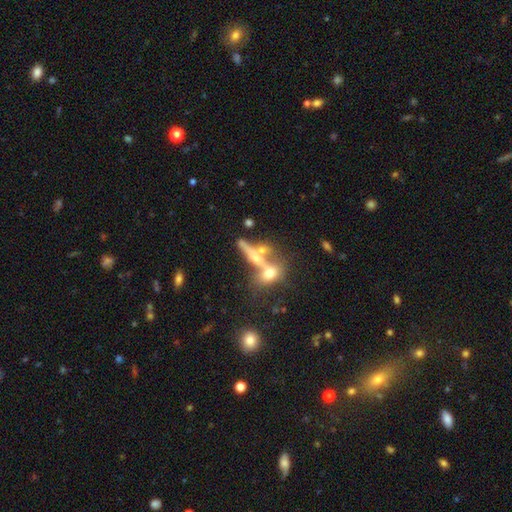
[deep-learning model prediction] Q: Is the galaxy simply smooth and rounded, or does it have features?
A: featured or disk — 46%.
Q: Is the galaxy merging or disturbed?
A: merger — 44%.